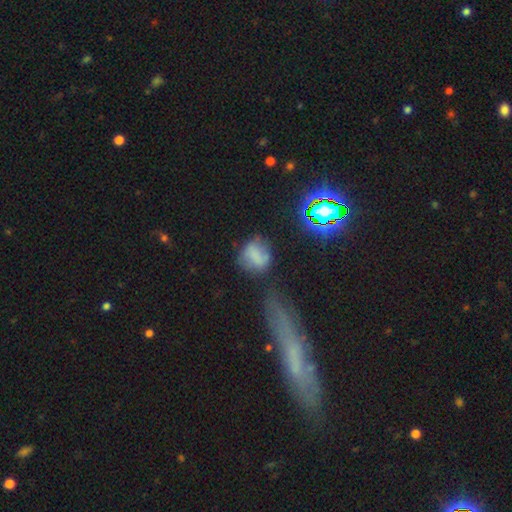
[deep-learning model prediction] Smooth or featured? Predicted: smooth (p=0.59). How rounded? Predicted: round (p=0.60). Merging? Predicted: none (p=0.45).